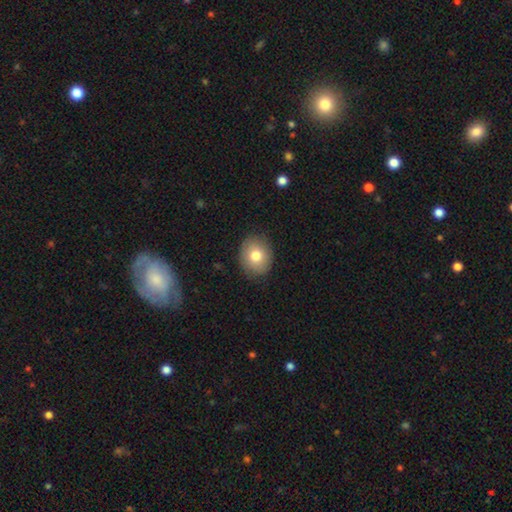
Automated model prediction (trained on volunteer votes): A smooth galaxy with no disk features (77%) that is round (62%).

Vote fractions:
- Smooth or featured? smooth: 77% / featured or disk: 14% / star or artifact: 9%
- How rounded? round: 62% / in between: 37% / cigar-shaped: 1%
- Merging? none: 86% / minor disturbance: 10% / major disturbance: 3% / merger: 1%